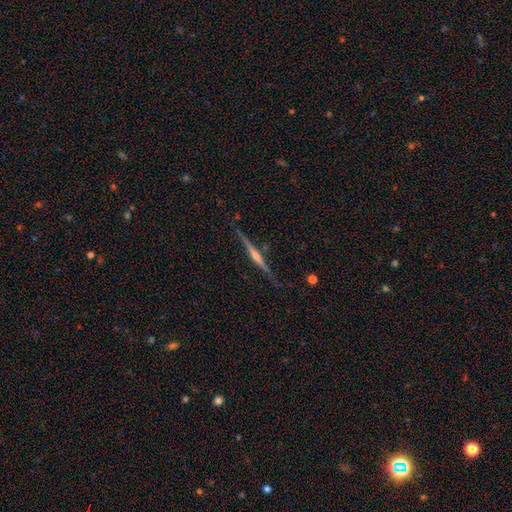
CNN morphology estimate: Smooth or featured? featured or disk (77%)
Edge-on disk? yes (98%)
Edge-on bulge? rounded (62%)
Merging? none (85%)